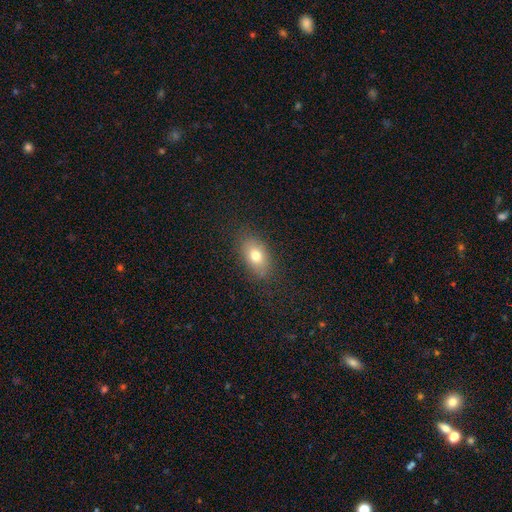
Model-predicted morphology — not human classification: A smooth galaxy with no disk features (75%) that is in between round and cigar-shaped (84%). Merging: none (82%).